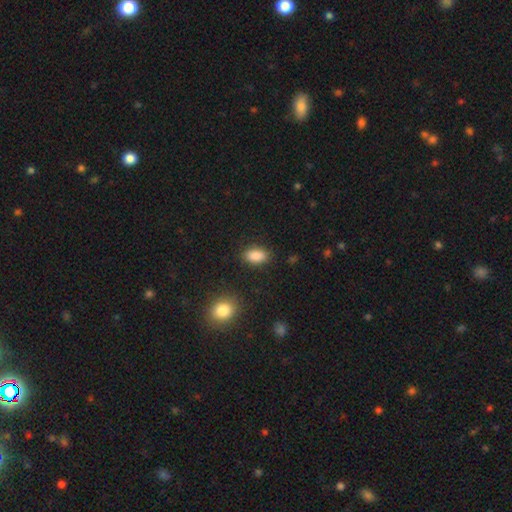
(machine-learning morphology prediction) Overall: smooth (88%). How rounded: in between (91%). Merging: none (86%).